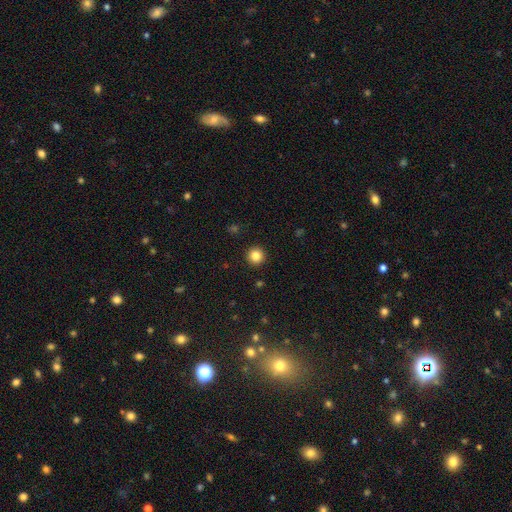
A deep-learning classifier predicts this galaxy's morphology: Smooth or featured?
  - smooth: 84% *
  - star or artifact: 11%
  - featured or disk: 5%
How rounded?
  - round: 96% *
  - in between: 3%
  - cigar-shaped: 1%
Merging?
  - none: 93% *
  - minor disturbance: 4%
  - major disturbance: 2%
  - merger: 1%